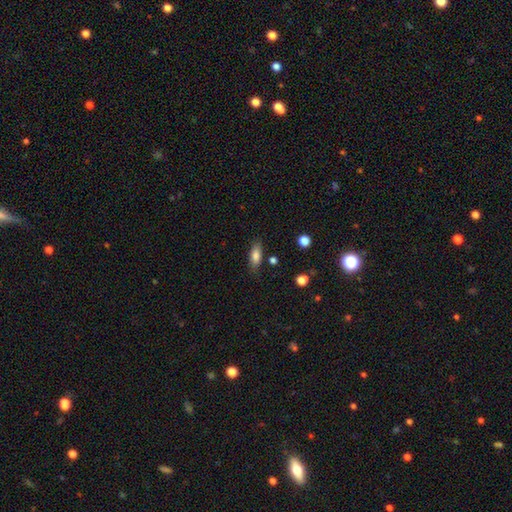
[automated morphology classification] A smooth galaxy with no disk features (81%) that is in between round and cigar-shaped (76%). Merging: none (76%).